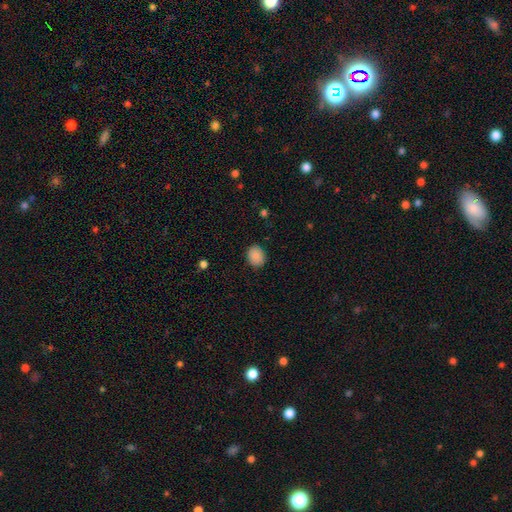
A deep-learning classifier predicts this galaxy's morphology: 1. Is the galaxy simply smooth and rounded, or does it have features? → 89% smooth, 8% star or artifact, 3% featured or disk.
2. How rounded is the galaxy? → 55% round, 44% in between, 1% cigar-shaped.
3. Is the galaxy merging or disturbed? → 88% none, 9% minor disturbance, 2% major disturbance, 1% merger.